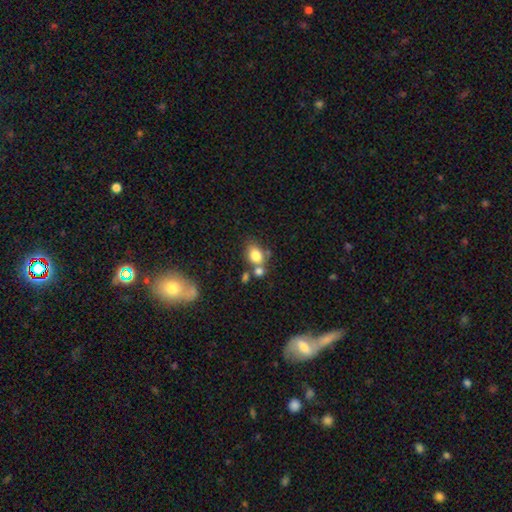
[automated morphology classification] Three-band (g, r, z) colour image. It shows a smooth galaxy with no disk features (80%) that is in between round and cigar-shaped (61%). Merging: none (51%).